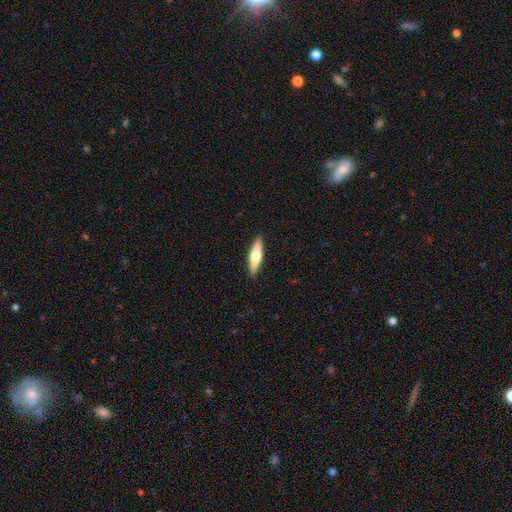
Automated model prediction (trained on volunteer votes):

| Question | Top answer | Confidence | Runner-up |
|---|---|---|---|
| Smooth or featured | smooth | 58% | featured or disk (37%) |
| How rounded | cigar-shaped | 72% | in between (26%) |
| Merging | none | 91% | minor disturbance (7%) |